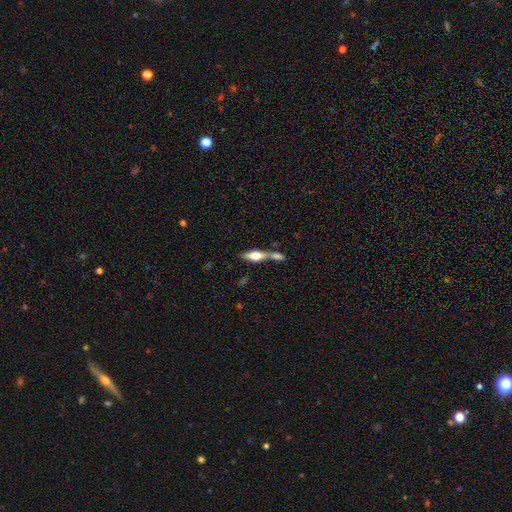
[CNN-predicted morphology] A smooth galaxy with no disk features (50%).

Vote fractions:
- Smooth or featured? smooth: 50% / featured or disk: 43% / star or artifact: 7%
- Merging? merger: 47% / none: 36% / minor disturbance: 11% / major disturbance: 6%